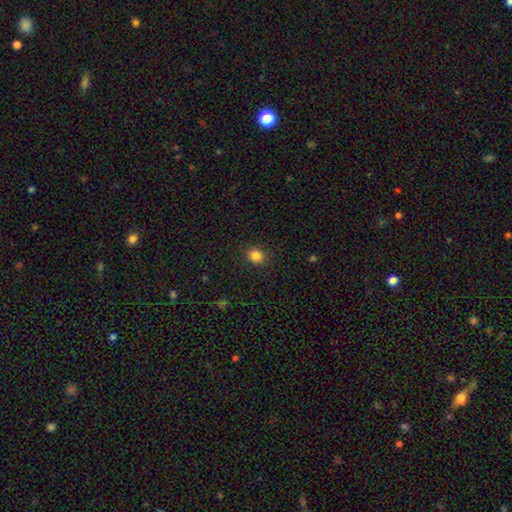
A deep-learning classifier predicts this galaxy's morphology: Smooth or featured? smooth (85%)
How rounded? round (68%)
Merging? none (89%)